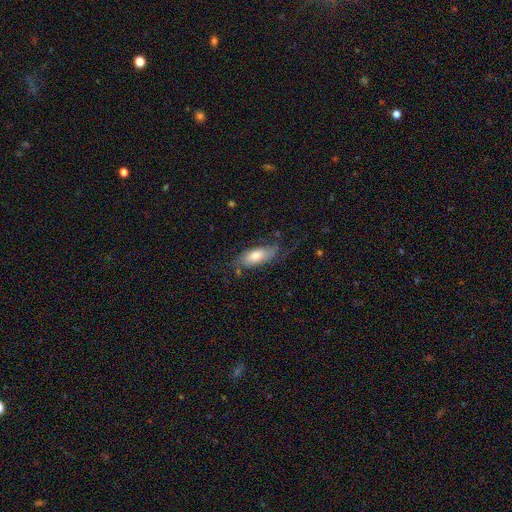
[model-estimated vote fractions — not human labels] smooth-or-featured: smooth: 52% | featured or disk: 41% | star or artifact: 7%
  how-rounded: in between: 74% | cigar-shaped: 24% | round: 3%
  merging: none: 57% | minor disturbance: 25% | major disturbance: 16% | merger: 2%